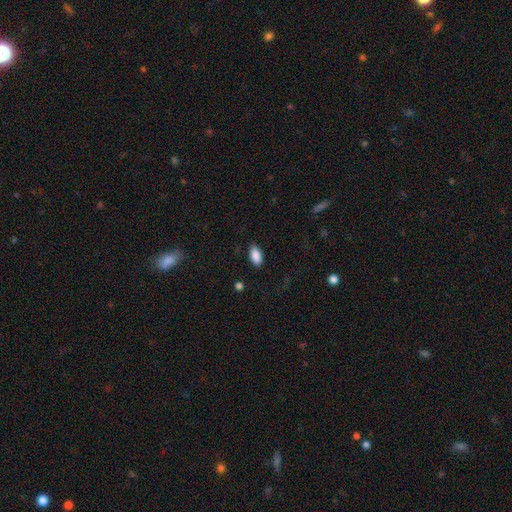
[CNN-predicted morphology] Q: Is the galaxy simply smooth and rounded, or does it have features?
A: smooth — 89%.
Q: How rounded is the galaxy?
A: in between — 92%.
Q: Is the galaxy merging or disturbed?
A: none — 87%.